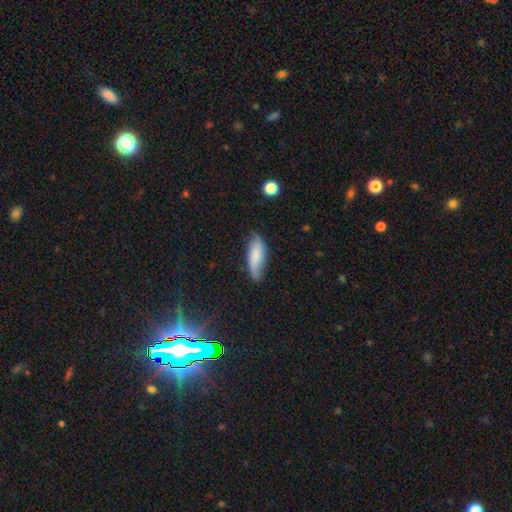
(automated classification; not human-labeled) Smooth or featured: smooth — 69% (featured or disk — 24%)
How rounded: in between — 66% (cigar-shaped — 32%)
Merging: none — 68% (minor disturbance — 25%)